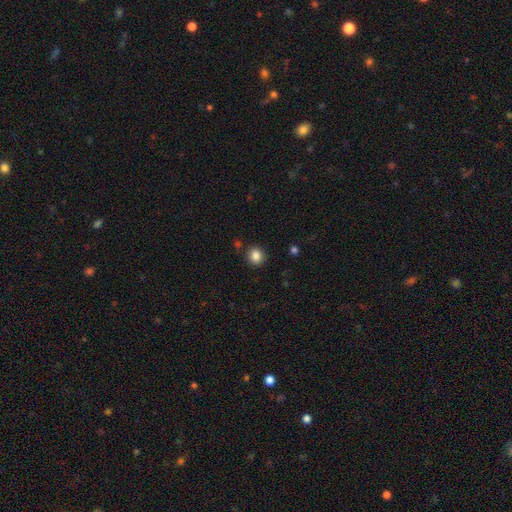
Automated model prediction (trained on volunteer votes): Overall: smooth (85%). How rounded: round (86%). Merging: none (88%).